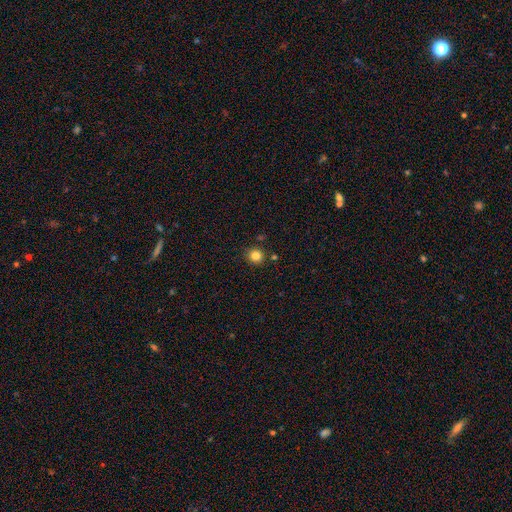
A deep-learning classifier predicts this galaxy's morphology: This is clearly a smooth galaxy (83%). How rounded: clearly round (93%). Merging: clearly none (88%).